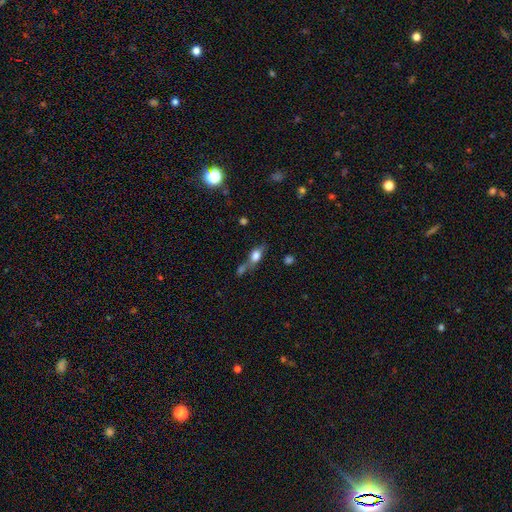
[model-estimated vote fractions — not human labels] Q: Smooth or featured?
A: smooth (68%); runner-up: featured or disk (21%)
Q: How rounded?
A: in between (70%); runner-up: round (16%)
Q: Merging?
A: none (41%); runner-up: merger (35%)